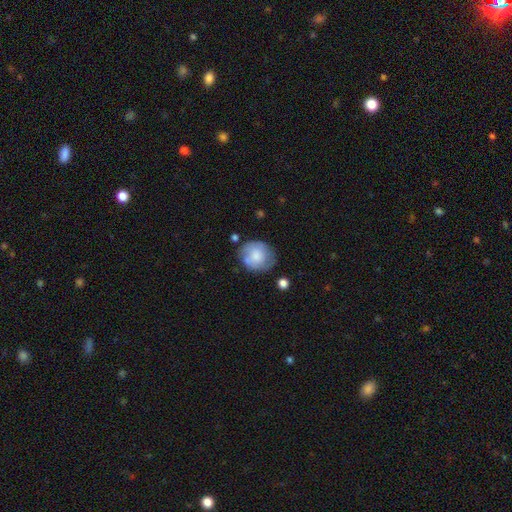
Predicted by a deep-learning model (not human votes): Smooth or featured? Predicted: smooth (p=0.69). How rounded? Predicted: round (p=0.75). Merging? Predicted: none (p=0.64).